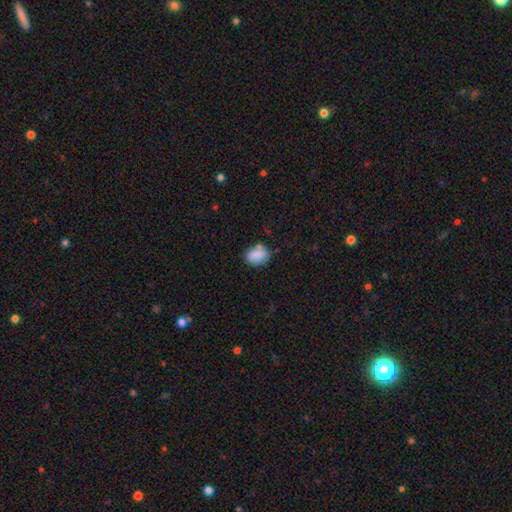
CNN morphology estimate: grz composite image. It shows a smooth galaxy with no disk features (84%) that is in between round and cigar-shaped (70%). Merging: none (70%).